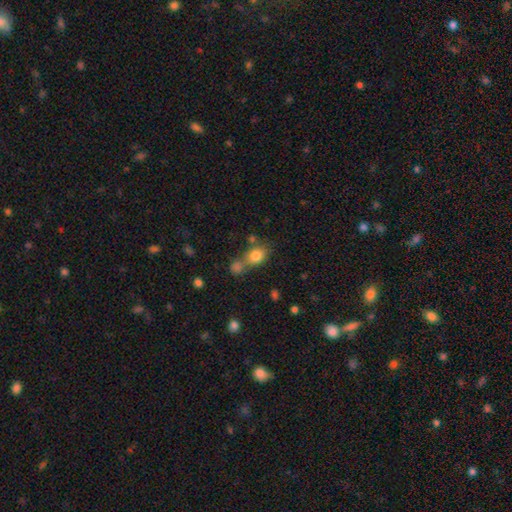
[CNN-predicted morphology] A smooth galaxy with no disk features (80%) that is in between round and cigar-shaped (55%). Merging: none (48%).